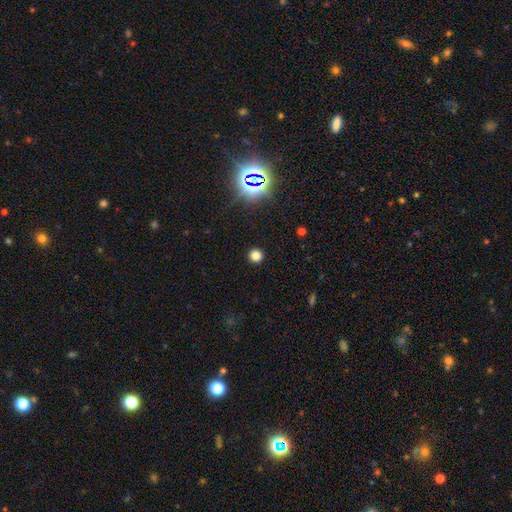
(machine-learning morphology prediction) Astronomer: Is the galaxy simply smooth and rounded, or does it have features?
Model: smooth — 78%.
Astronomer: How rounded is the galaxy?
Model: round — 95%.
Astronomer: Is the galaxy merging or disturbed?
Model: none — 93%.